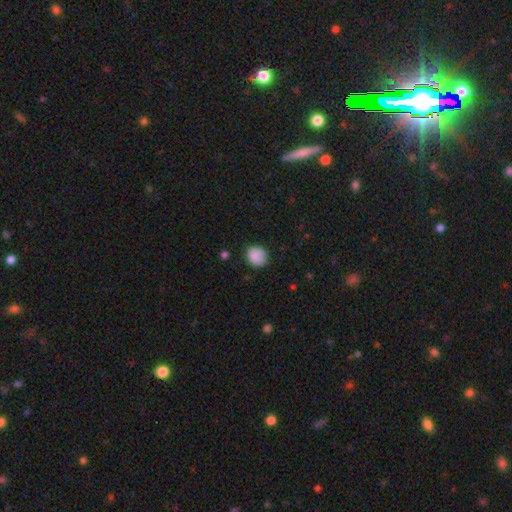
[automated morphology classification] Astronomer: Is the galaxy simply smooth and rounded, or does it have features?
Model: smooth — 88%.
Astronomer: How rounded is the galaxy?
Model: round — 76%.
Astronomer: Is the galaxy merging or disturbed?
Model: none — 80%.